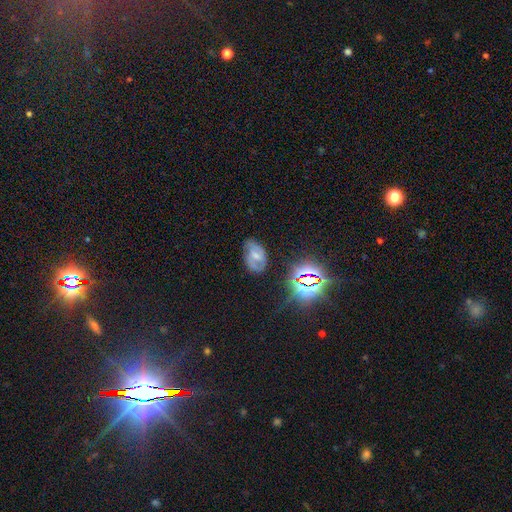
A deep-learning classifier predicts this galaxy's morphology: Smooth or featured?
  - featured or disk: 56% *
  - smooth: 28%
  - star or artifact: 16%
Edge-on disk?
  - no: 96% *
  - yes: 4%
Bar?
  - weak: 48% *
  - no: 29%
  - strong: 23%
Spiral arms?
  - yes: 76% *
  - no: 24%
Bulge size?
  - small: 43% *
  - moderate: 30%
  - none: 21%
  - large: 4%
  - dominant: 1%
Merging?
  - none: 64% *
  - minor disturbance: 24%
  - major disturbance: 10%
  - merger: 2%